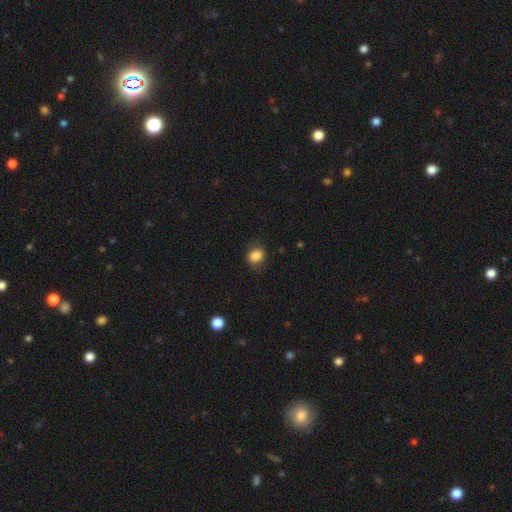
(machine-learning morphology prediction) Smooth or featured?
  - smooth: 86% *
  - star or artifact: 9%
  - featured or disk: 5%
How rounded?
  - round: 51% *
  - in between: 48%
  - cigar-shaped: 1%
Merging?
  - none: 76% *
  - minor disturbance: 17%
  - major disturbance: 5%
  - merger: 1%